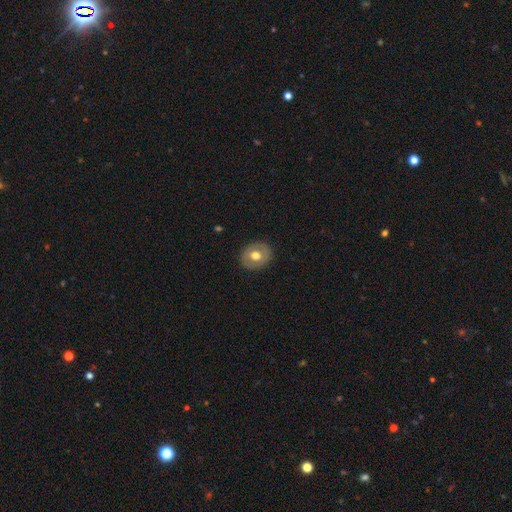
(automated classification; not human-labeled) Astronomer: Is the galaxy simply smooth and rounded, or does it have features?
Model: smooth — 61%.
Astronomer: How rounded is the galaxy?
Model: round — 68%.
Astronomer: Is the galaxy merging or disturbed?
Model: none — 88%.